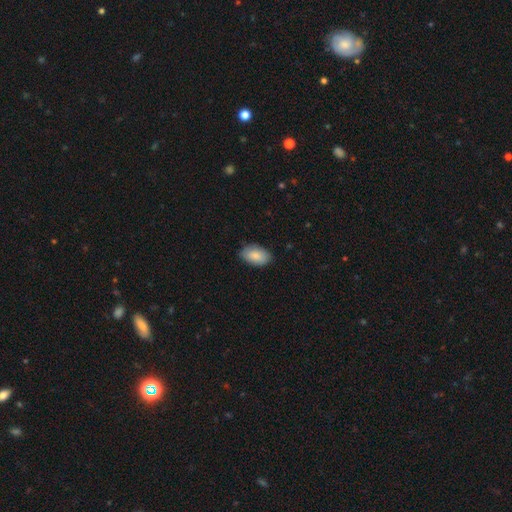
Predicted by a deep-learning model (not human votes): Smooth or featured? smooth (86%)
How rounded? in between (93%)
Merging? none (84%)